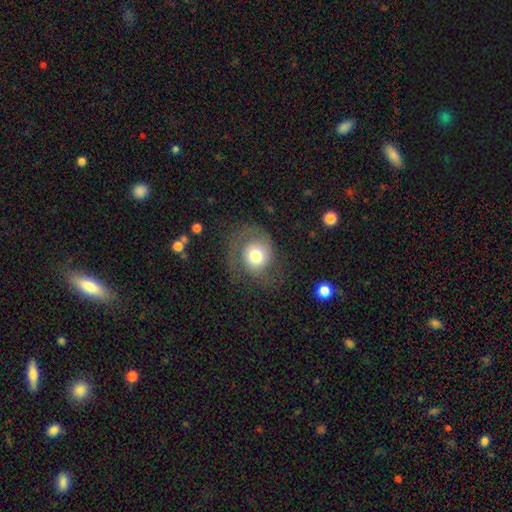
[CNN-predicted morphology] type=smooth (55%); roundness=round (72%); merging=none (55%).